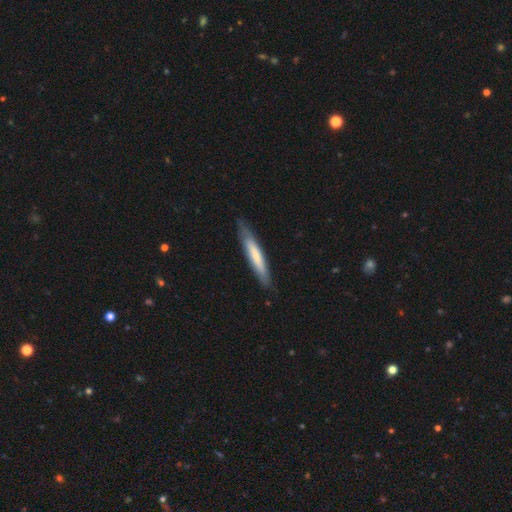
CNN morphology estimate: type=smooth (67%); roundness=cigar-shaped (93%); merging=none (83%).